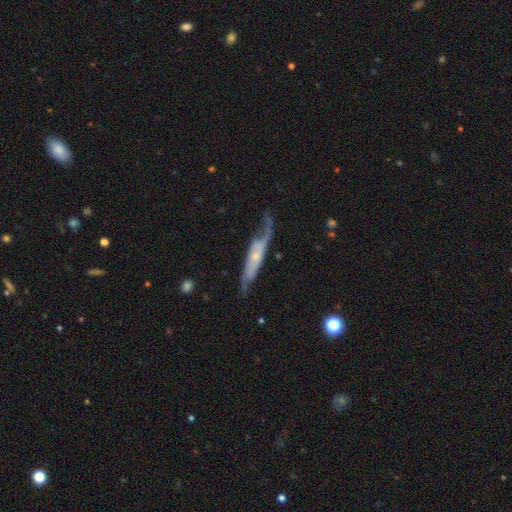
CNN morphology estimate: smooth_or_featured: featured or disk (p=0.75) [alt: smooth p=0.19]
disk_edge_on: no (p=0.64) [alt: yes p=0.36]
merging: none (p=0.54) [alt: minor disturbance p=0.25]